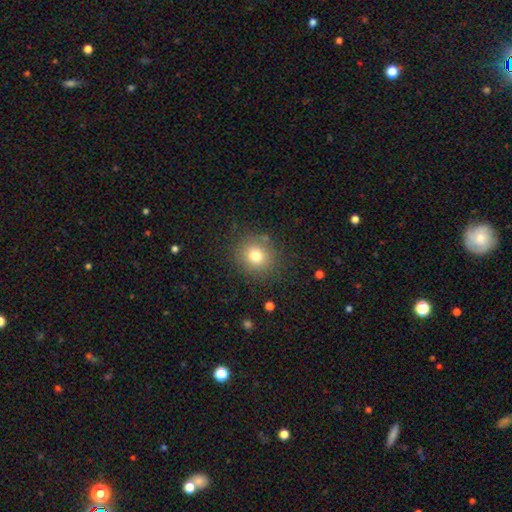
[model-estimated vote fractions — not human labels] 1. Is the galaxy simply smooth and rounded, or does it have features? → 77% smooth, 13% star or artifact, 11% featured or disk.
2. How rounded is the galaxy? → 88% round, 11% in between, 1% cigar-shaped.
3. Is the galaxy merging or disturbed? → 83% none, 11% minor disturbance, 4% major disturbance, 2% merger.